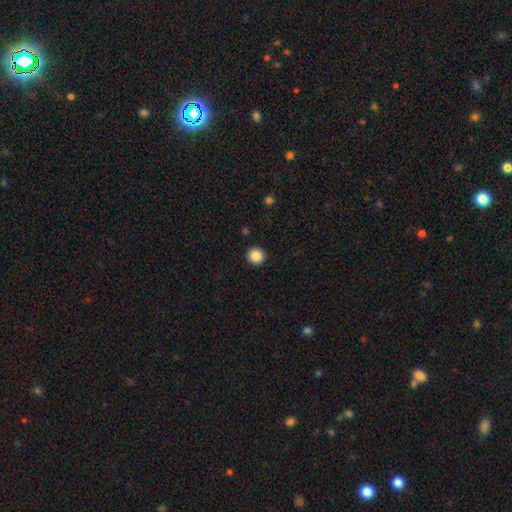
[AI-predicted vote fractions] Smooth or featured? smooth (87%)
How rounded? round (95%)
Merging? none (93%)